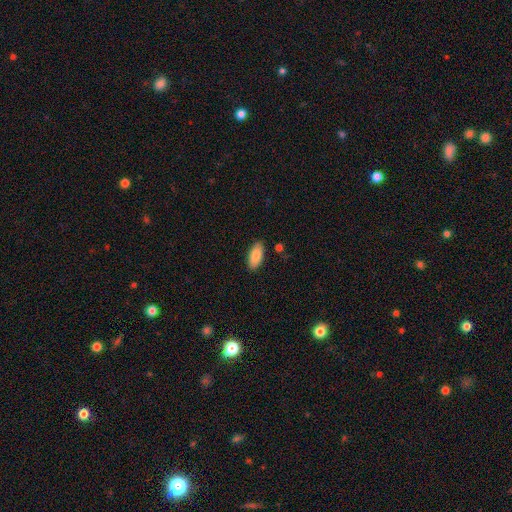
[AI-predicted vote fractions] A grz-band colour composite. It shows a smooth galaxy with no disk features (86%) that is in between round and cigar-shaped (88%). Merging: none (87%).